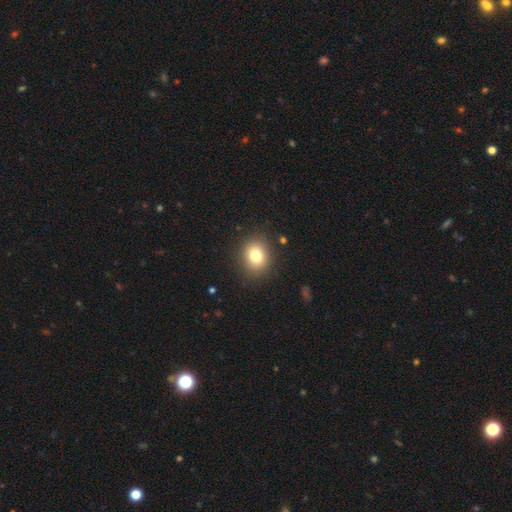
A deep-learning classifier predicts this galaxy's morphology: Q: Smooth or featured?
A: smooth (79%); runner-up: star or artifact (12%)
Q: How rounded?
A: round (59%); runner-up: in between (40%)
Q: Merging?
A: none (87%); runner-up: minor disturbance (8%)